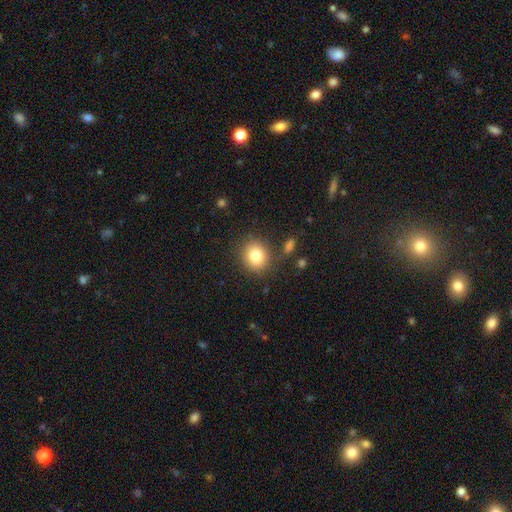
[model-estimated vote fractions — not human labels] Smooth or featured? smooth (80%)
How rounded? round (80%)
Merging? none (84%)